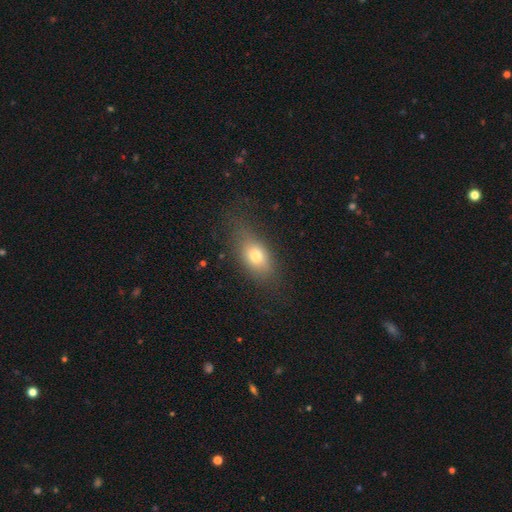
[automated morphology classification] Smooth or featured?
  - smooth: 74% *
  - featured or disk: 16%
  - star or artifact: 10%
How rounded?
  - in between: 81% *
  - round: 12%
  - cigar-shaped: 7%
Merging?
  - none: 68% *
  - minor disturbance: 21%
  - major disturbance: 9%
  - merger: 2%